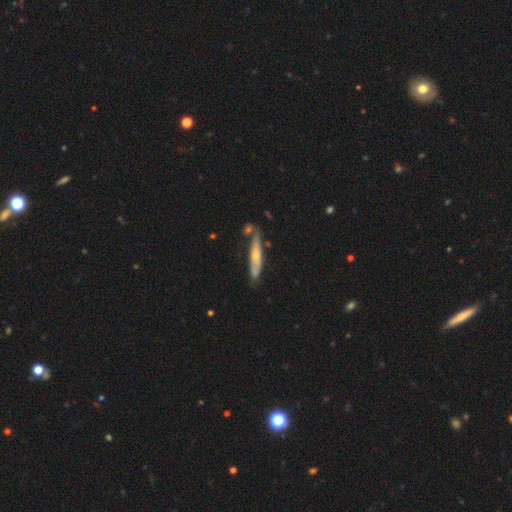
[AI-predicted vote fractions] This appears to be a featured or disk galaxy (57%) viewed edge-on (71%). Merging: none (62%).